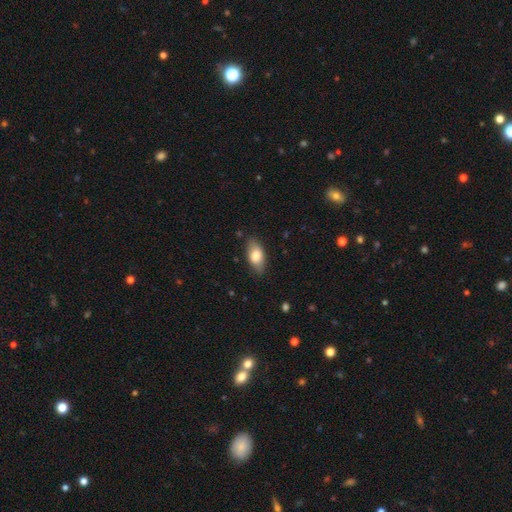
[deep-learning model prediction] This is likely a smooth galaxy (76%). How rounded: clearly in between (89%). Merging: clearly none (82%).